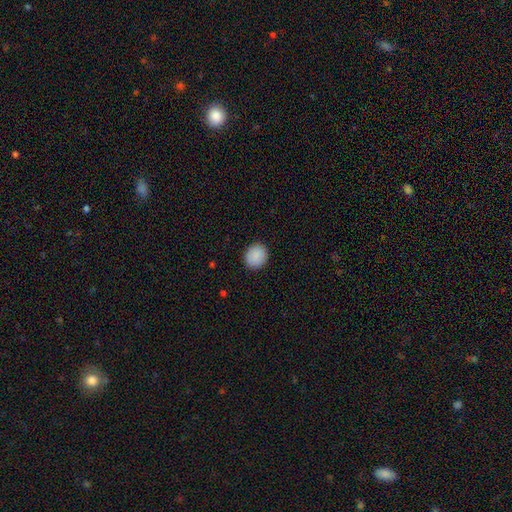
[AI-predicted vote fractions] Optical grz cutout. It shows a smooth galaxy with no disk features (90%) that is round (79%). Merging: none (90%).